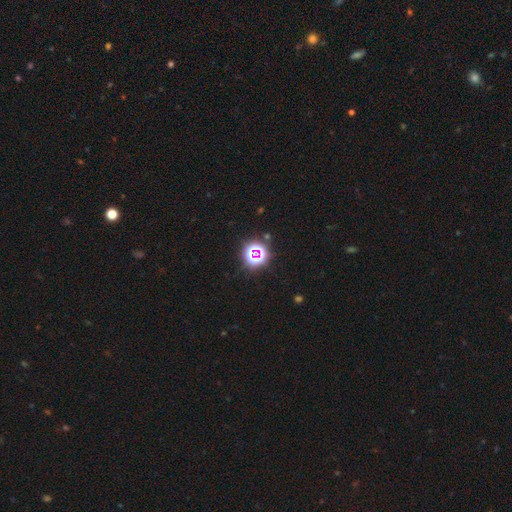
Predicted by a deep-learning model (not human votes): Morphology: type=star or artifact (67%).